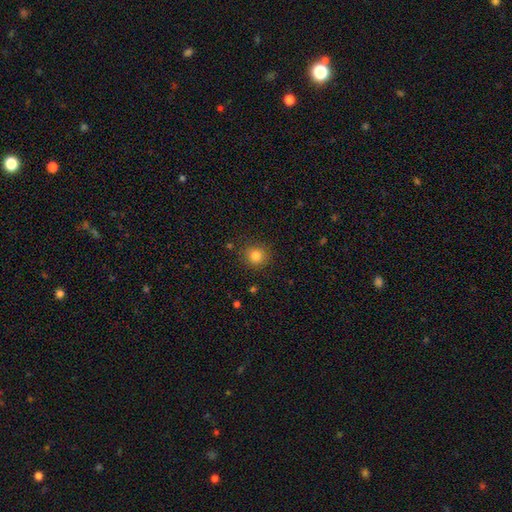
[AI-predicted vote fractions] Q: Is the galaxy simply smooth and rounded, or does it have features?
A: smooth — 82%.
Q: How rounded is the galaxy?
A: round — 91%.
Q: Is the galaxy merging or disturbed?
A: none — 88%.